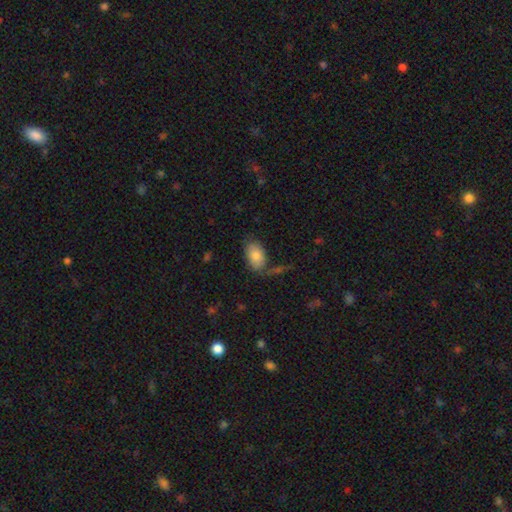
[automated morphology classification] type=smooth (82%); roundness=in between (91%); merging=none (69%).